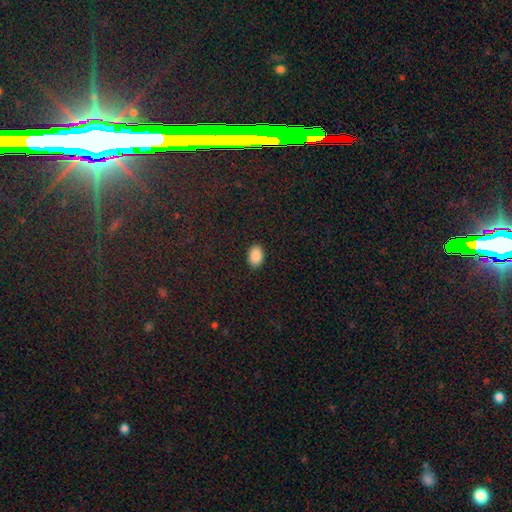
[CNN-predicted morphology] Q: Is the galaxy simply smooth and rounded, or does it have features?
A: smooth — 89%.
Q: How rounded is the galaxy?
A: in between — 81%.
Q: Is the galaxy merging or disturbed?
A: none — 90%.